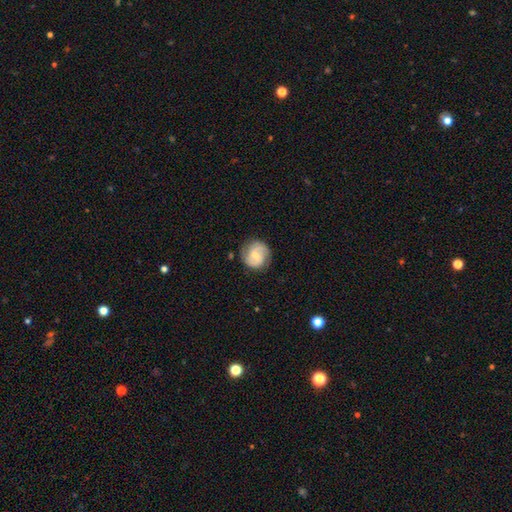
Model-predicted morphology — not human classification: smooth_or_featured: featured or disk (p=0.71) [alt: smooth p=0.24]
disk_edge_on: no (p=0.98) [alt: yes p=0.02]
bar: weak (p=0.49) [alt: no p=0.39]
has_spiral_arms: yes (p=0.93) [alt: no p=0.07]
spiral_winding: medium (p=0.45) [alt: tight p=0.39]
spiral_arm_count: 2 (p=0.85) [alt: can't tell p=0.07]
bulge_size: small (p=0.49) [alt: moderate p=0.44]
merging: none (p=0.80) [alt: minor disturbance p=0.15]